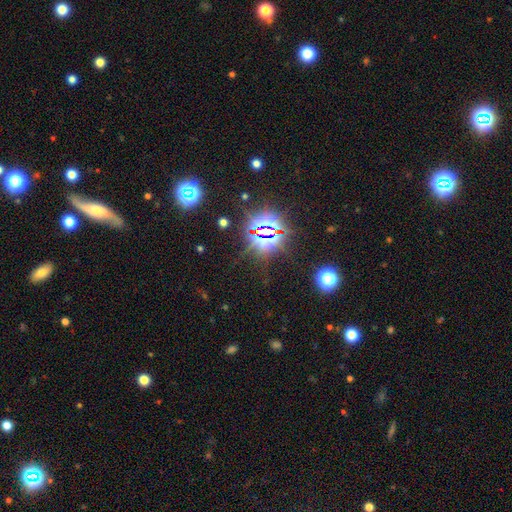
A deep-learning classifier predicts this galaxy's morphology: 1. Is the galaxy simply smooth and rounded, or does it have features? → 78% star or artifact, 14% smooth, 8% featured or disk.